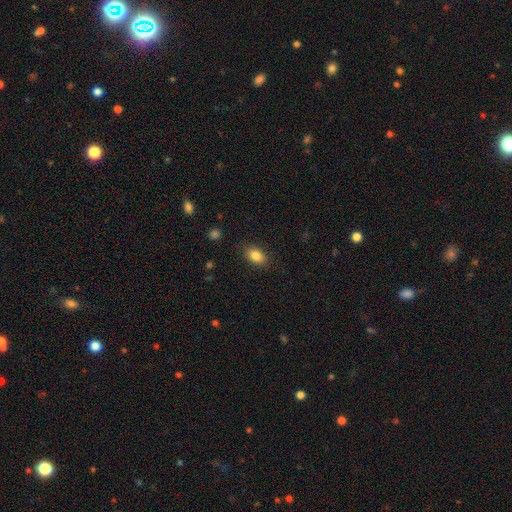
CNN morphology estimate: type=smooth (85%); roundness=in between (83%); merging=none (85%).